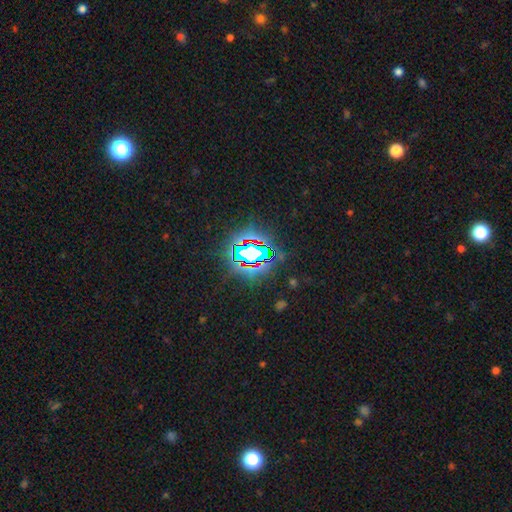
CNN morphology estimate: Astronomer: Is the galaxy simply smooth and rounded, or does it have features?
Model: star or artifact — 82%.